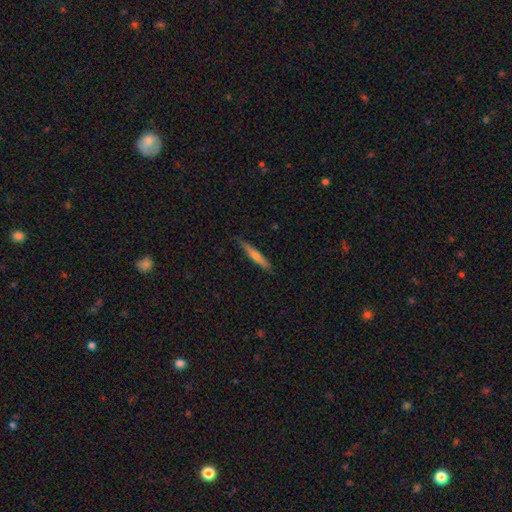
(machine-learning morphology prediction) Q: Smooth or featured?
A: smooth (48%); runner-up: featured or disk (46%)
Q: Merging?
A: none (86%); runner-up: minor disturbance (11%)